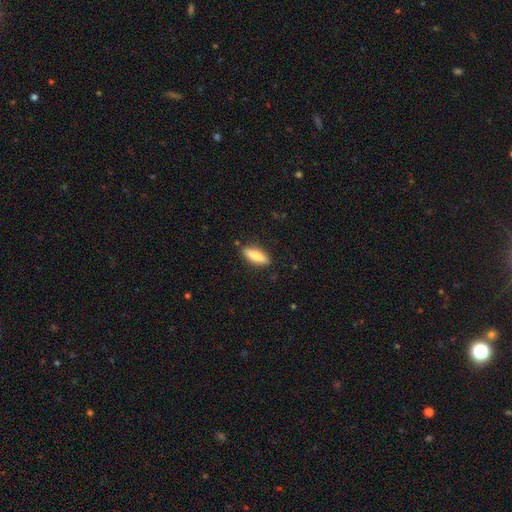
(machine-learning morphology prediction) The model was most divided on "how rounded": in between: 54%, cigar-shaped: 44%, round: 2%. More confident: merging — none (86%); smooth or featured — smooth (81%).